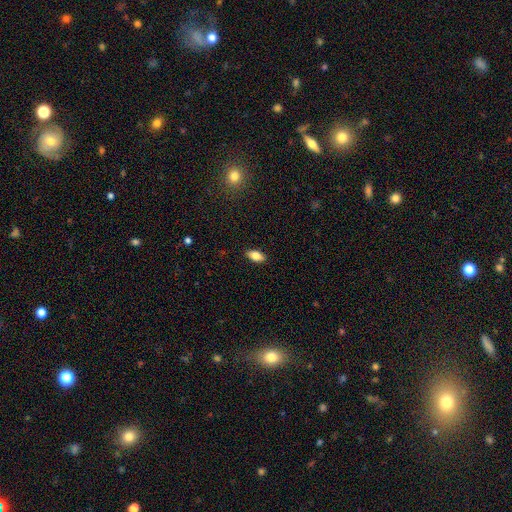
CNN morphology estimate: smooth 80%, featured or disk 12%, star or artifact 8%. Down the decision tree: how rounded — in between (89%); merging — none (89%).